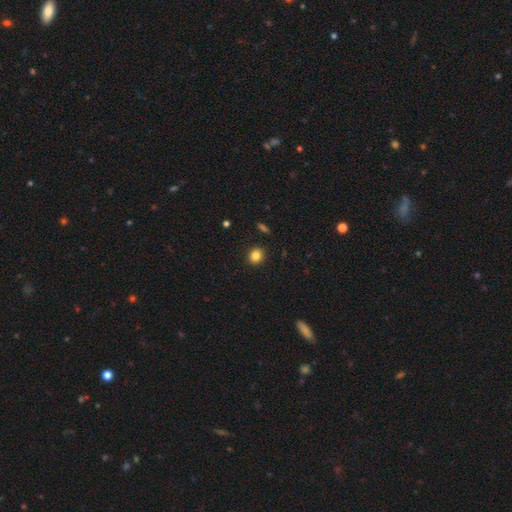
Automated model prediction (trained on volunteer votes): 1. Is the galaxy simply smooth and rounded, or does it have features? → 84% smooth, 11% star or artifact, 5% featured or disk.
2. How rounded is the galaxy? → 78% round, 21% in between, 1% cigar-shaped.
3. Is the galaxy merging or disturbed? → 91% none, 6% minor disturbance, 2% major disturbance, 1% merger.